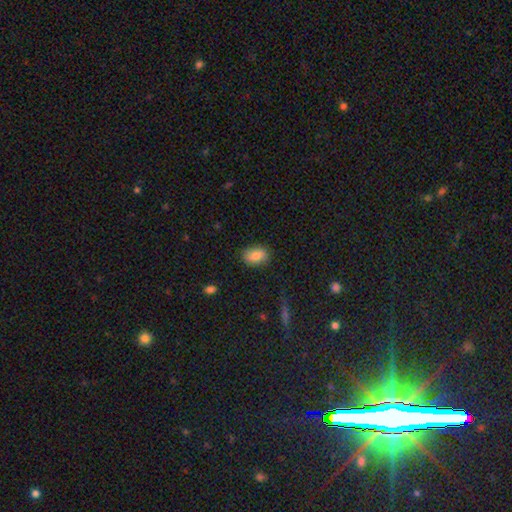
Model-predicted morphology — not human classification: smooth-or-featured: smooth: 84% | featured or disk: 9% | star or artifact: 8%
  how-rounded: in between: 82% | round: 16% | cigar-shaped: 2%
  merging: none: 83% | minor disturbance: 13% | major disturbance: 3% | merger: 1%